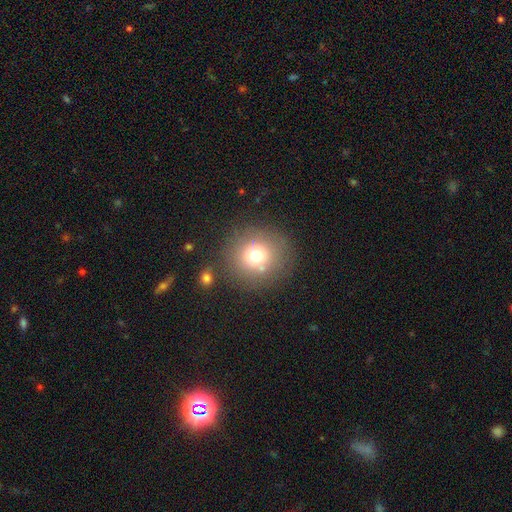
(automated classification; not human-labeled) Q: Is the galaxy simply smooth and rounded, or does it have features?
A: smooth — 70%.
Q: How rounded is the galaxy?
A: round — 89%.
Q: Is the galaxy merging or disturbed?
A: none — 78%.